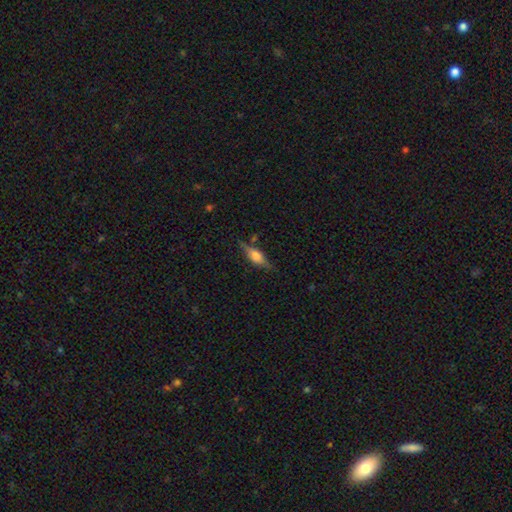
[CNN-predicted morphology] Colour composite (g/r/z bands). It shows a featured or disk galaxy (57%) viewed edge-on (94%) with a rounded central bulge (84%). Merging: none (77%).